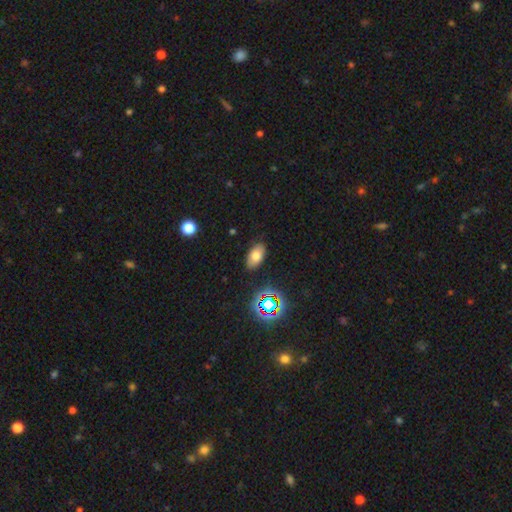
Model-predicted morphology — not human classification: A smooth galaxy with no disk features (71%) that is in between round and cigar-shaped (92%).

Vote fractions:
- Smooth or featured? smooth: 71% / star or artifact: 16% / featured or disk: 13%
- How rounded? in between: 92% / round: 6% / cigar-shaped: 2%
- Merging? none: 85% / minor disturbance: 11% / major disturbance: 3% / merger: 2%